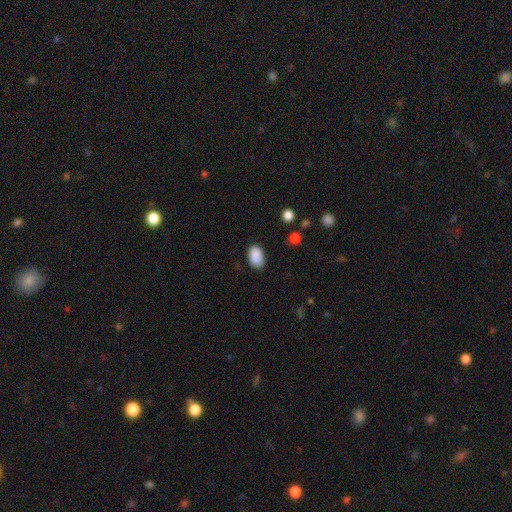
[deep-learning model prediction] smooth_or_featured: smooth (p=0.90) [alt: star or artifact p=0.07]
how_rounded: in between (p=0.91) [alt: round p=0.08]
merging: none (p=0.81) [alt: minor disturbance p=0.15]